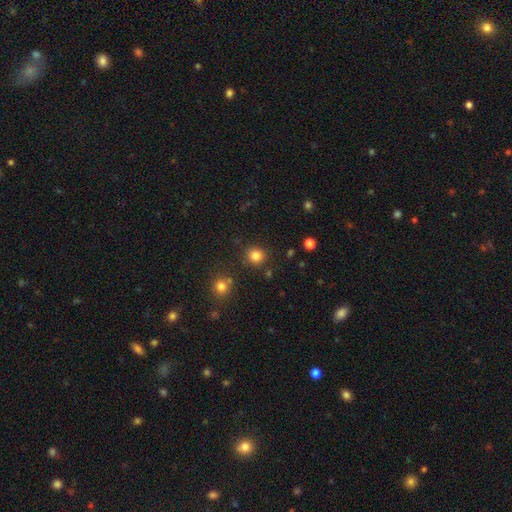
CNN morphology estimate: Smooth or featured: smooth — 83% (star or artifact — 13%)
How rounded: round — 89% (in between — 10%)
Merging: none — 87% (minor disturbance — 7%)